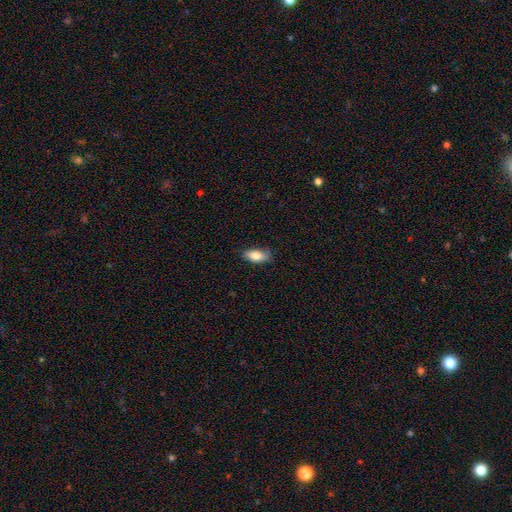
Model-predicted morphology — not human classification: Smooth or featured?
  - smooth: 81% *
  - featured or disk: 12%
  - star or artifact: 7%
How rounded?
  - in between: 87% *
  - cigar-shaped: 10%
  - round: 3%
Merging?
  - none: 74% *
  - minor disturbance: 21%
  - major disturbance: 4%
  - merger: 1%